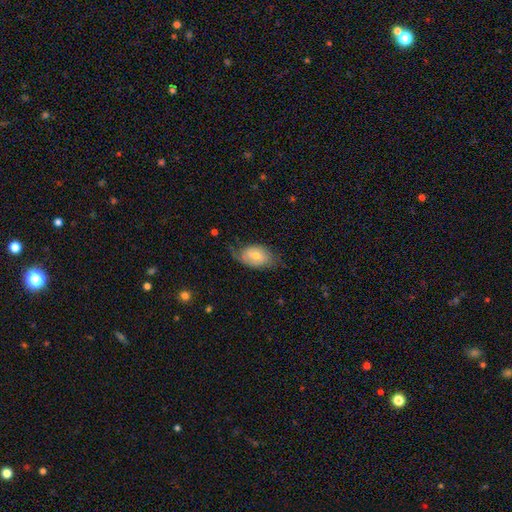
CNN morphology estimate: This appears to be a featured or disk galaxy (54%) with a weak bar (46%), spiral arms (82%) and a moderate central bulge (50%). Merging: none (55%).